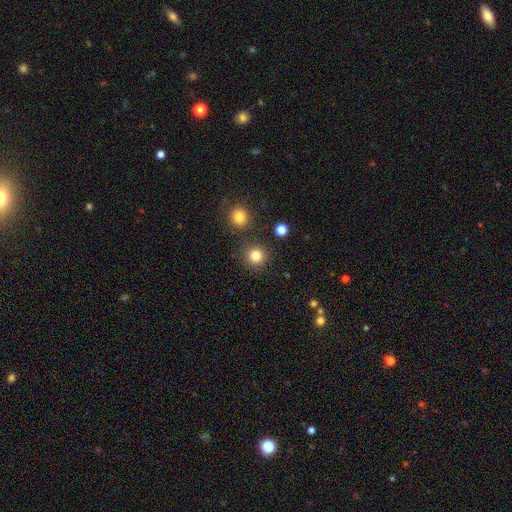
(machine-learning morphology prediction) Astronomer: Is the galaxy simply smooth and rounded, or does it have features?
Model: smooth — 82%.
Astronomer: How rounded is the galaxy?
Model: round — 94%.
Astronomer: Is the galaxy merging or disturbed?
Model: none — 85%.